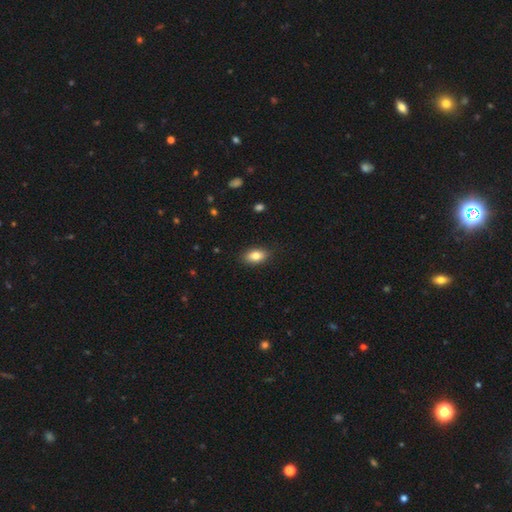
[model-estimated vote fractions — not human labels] Smooth or featured? Predicted: smooth (p=0.83). How rounded? Predicted: in between (p=0.89). Merging? Predicted: none (p=0.87).